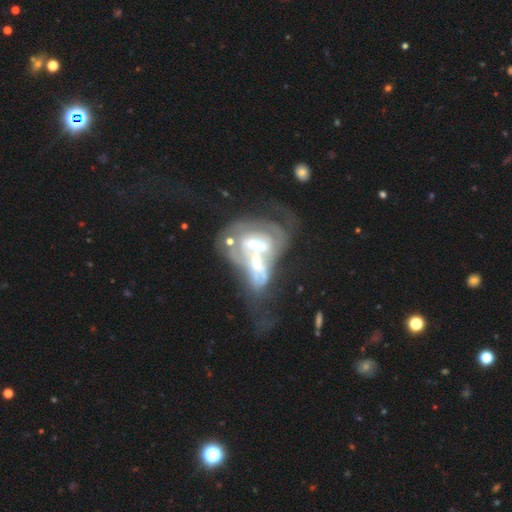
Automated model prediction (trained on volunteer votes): smooth_or_featured: featured or disk (p=0.78) [alt: smooth p=0.15]
disk_edge_on: no (p=0.93) [alt: yes p=0.07]
bar: no (p=0.51) [alt: weak p=0.29]
has_spiral_arms: yes (p=0.59) [alt: no p=0.41]
bulge_size: moderate (p=0.65) [alt: small p=0.18]
merging: merger (p=0.74) [alt: major disturbance p=0.12]